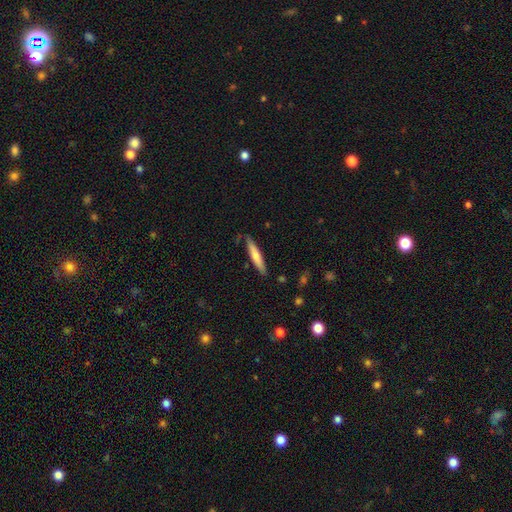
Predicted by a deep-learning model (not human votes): Smooth or featured? Predicted: smooth (p=0.61). How rounded? Predicted: cigar-shaped (p=0.90). Merging? Predicted: none (p=0.84).